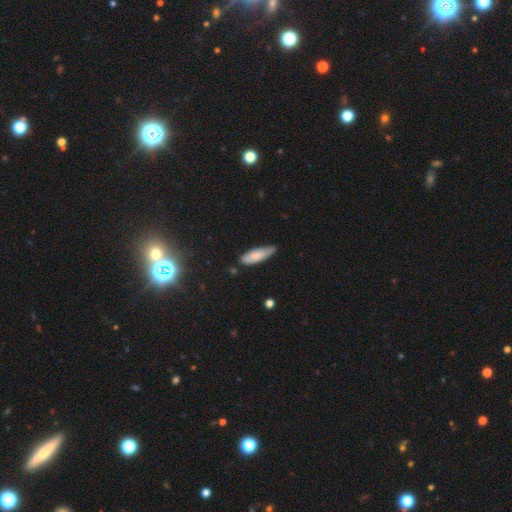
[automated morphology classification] smooth-or-featured: smooth: 76% | featured or disk: 18% | star or artifact: 6%
  how-rounded: in between: 51% | cigar-shaped: 48% | round: 2%
  merging: none: 65% | minor disturbance: 28% | major disturbance: 4% | merger: 2%